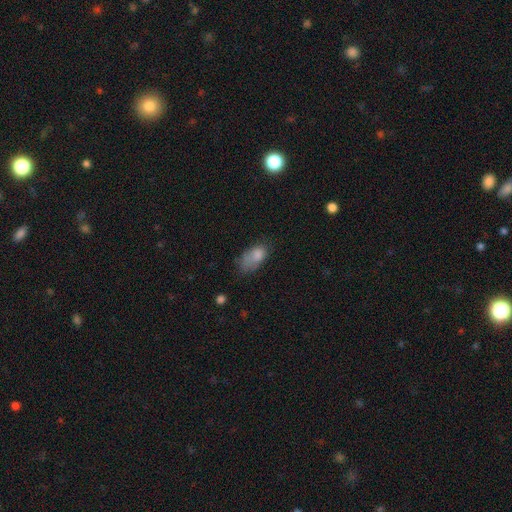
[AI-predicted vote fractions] smooth-or-featured: smooth: 77% | featured or disk: 13% | star or artifact: 10%
  how-rounded: in between: 90% | round: 6% | cigar-shaped: 4%
  merging: minor disturbance: 35% | none: 34% | major disturbance: 27% | merger: 5%